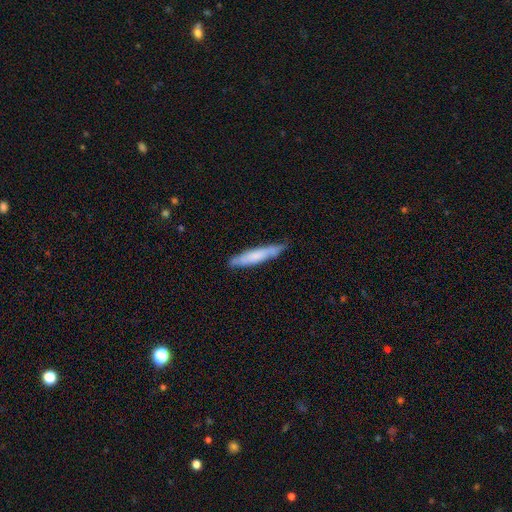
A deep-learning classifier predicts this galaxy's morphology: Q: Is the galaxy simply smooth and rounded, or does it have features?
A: smooth — 60%.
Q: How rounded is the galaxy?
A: cigar-shaped — 89%.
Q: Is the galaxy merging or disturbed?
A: none — 76%.